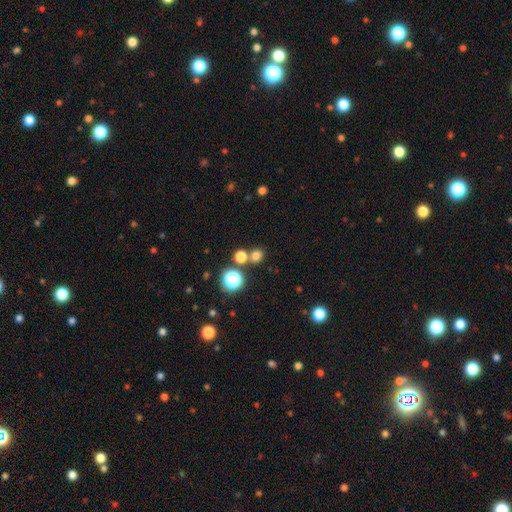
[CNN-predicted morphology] This appears to be a smooth galaxy with no disk features (73%) that is round (82%). Merging: none (70%).